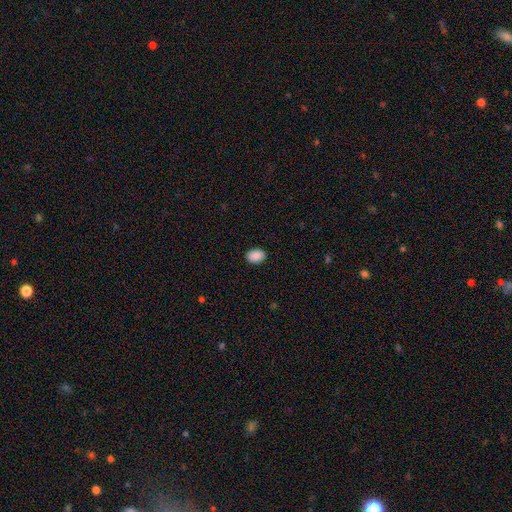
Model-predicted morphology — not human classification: Smooth or featured?
  - smooth: 90% *
  - star or artifact: 7%
  - featured or disk: 3%
How rounded?
  - in between: 80% *
  - round: 19%
  - cigar-shaped: 1%
Merging?
  - none: 90% *
  - minor disturbance: 7%
  - major disturbance: 2%
  - merger: 1%